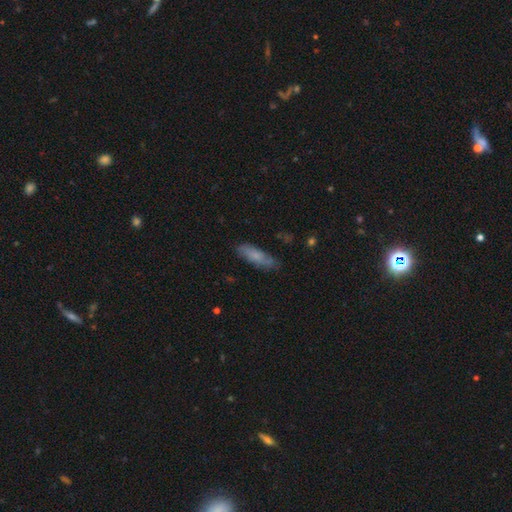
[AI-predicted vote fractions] The model was most divided on "how rounded": cigar-shaped: 52%, in between: 46%, round: 2%. More confident: merging — none (74%); smooth or featured — smooth (69%).